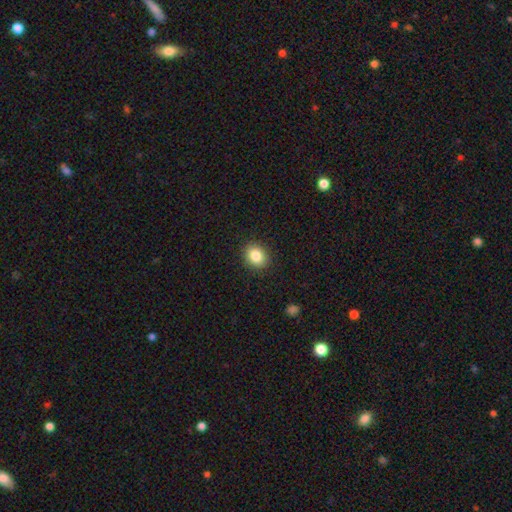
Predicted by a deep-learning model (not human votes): A smooth galaxy with no disk features (85%) that is round (58%).

Vote fractions:
- Smooth or featured? smooth: 85% / star or artifact: 9% / featured or disk: 6%
- How rounded? round: 58% / in between: 41% / cigar-shaped: 1%
- Merging? none: 89% / minor disturbance: 7% / major disturbance: 2% / merger: 1%